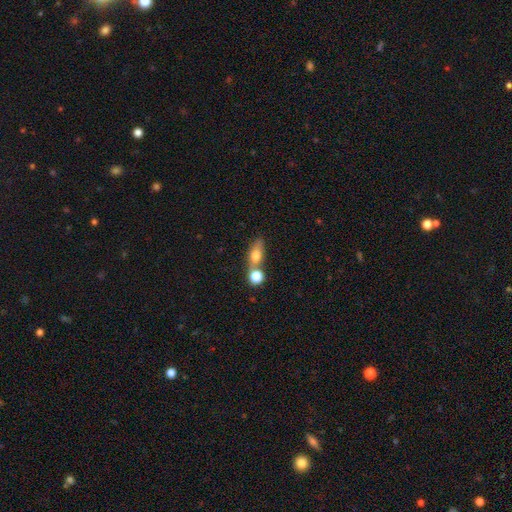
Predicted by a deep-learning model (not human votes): This appears to be a smooth galaxy with no disk features (70%) that is in between round and cigar-shaped (59%). Merging: none (43%).